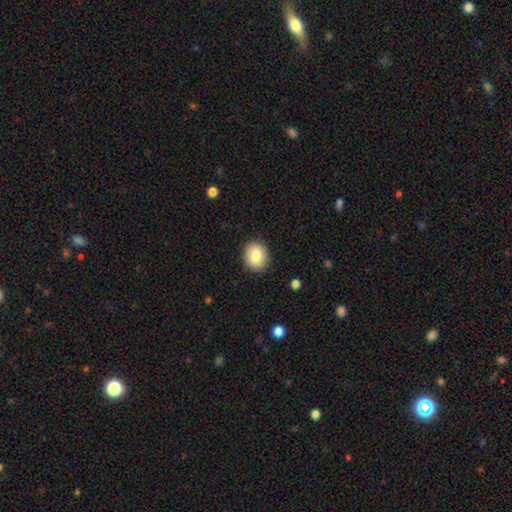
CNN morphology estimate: A smooth galaxy with no disk features (82%) that is round (74%).

Vote fractions:
- Smooth or featured? smooth: 82% / featured or disk: 10% / star or artifact: 8%
- How rounded? round: 74% / in between: 25% / cigar-shaped: 1%
- Merging? none: 90% / minor disturbance: 7% / major disturbance: 2% / merger: 1%